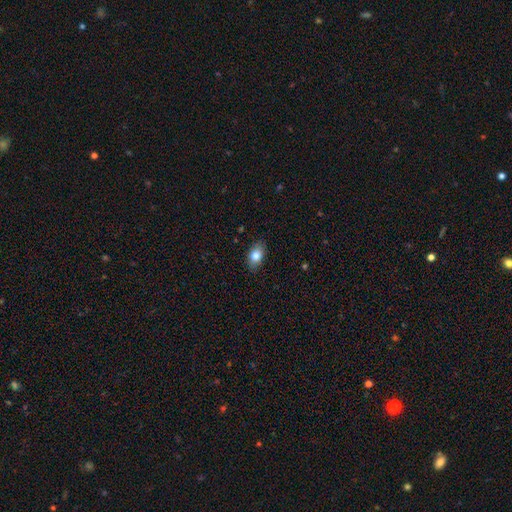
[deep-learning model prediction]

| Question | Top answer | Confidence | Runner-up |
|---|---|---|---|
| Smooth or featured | smooth | 81% | featured or disk (11%) |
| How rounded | in between | 86% | round (11%) |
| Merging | none | 85% | minor disturbance (12%) |